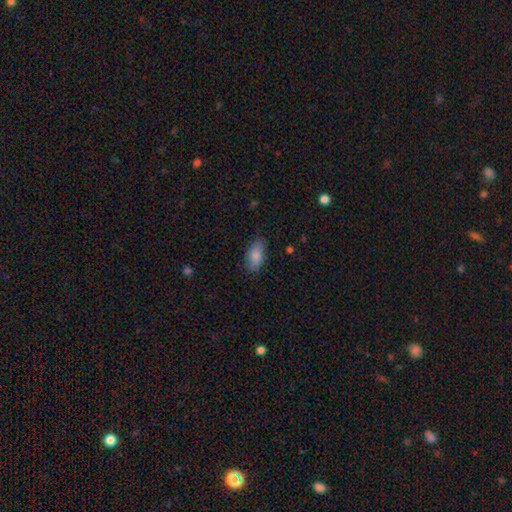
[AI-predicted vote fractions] A smooth galaxy with no disk features (84%) that is in between round and cigar-shaped (90%).

Vote fractions:
- Smooth or featured? smooth: 84% / featured or disk: 10% / star or artifact: 7%
- How rounded? in between: 90% / cigar-shaped: 6% / round: 4%
- Merging? none: 78% / minor disturbance: 17% / major disturbance: 4% / merger: 1%